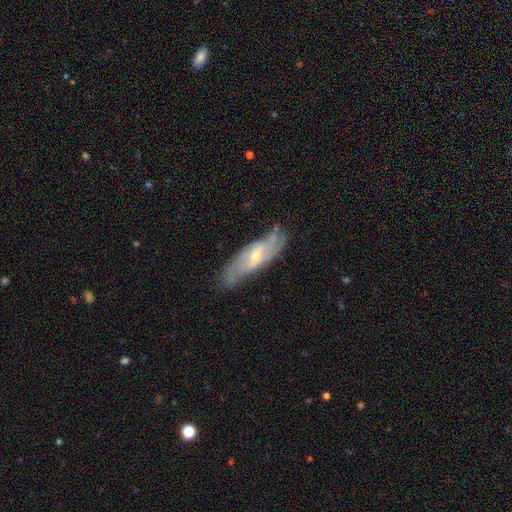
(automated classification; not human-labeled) smooth-or-featured: featured or disk: 72% | smooth: 21% | star or artifact: 6%
  disk-edge-on: no: 75% | yes: 25%
    bar: weak: 43% | no: 40% | strong: 16%
    has-spiral-arms: yes: 82% | no: 18%
    bulge-size: small: 57% | moderate: 40% | large: 1% | none: 1% | dominant: 1%
  merging: none: 70% | minor disturbance: 22% | major disturbance: 6% | merger: 2%